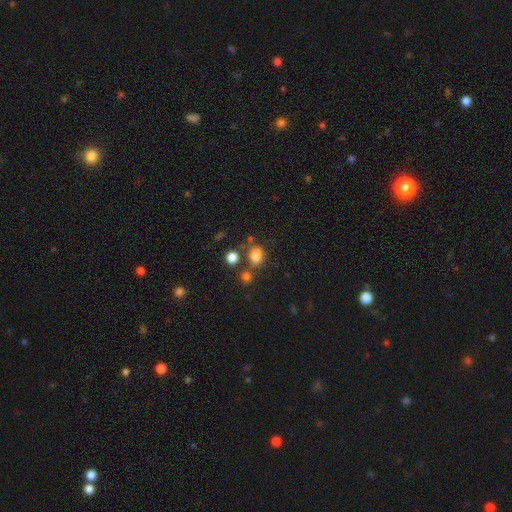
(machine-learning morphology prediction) type=smooth (78%); roundness=round (52%); merging=none (59%).